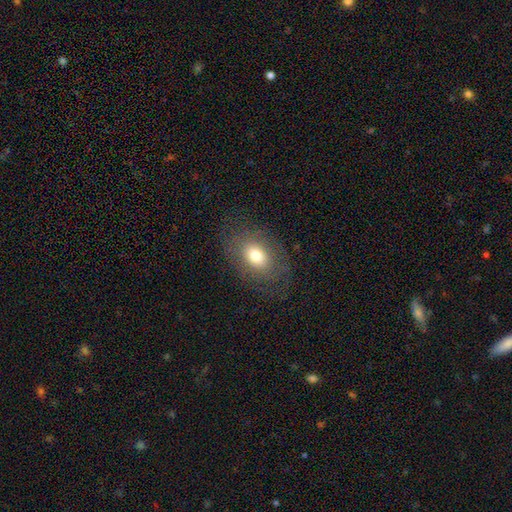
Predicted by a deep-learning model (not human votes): A smooth galaxy with no disk features (70%) that is in between round and cigar-shaped (76%).

Vote fractions:
- Smooth or featured? smooth: 70% / featured or disk: 20% / star or artifact: 10%
- How rounded? in between: 76% / round: 23% / cigar-shaped: 1%
- Merging? none: 76% / minor disturbance: 14% / major disturbance: 9% / merger: 1%